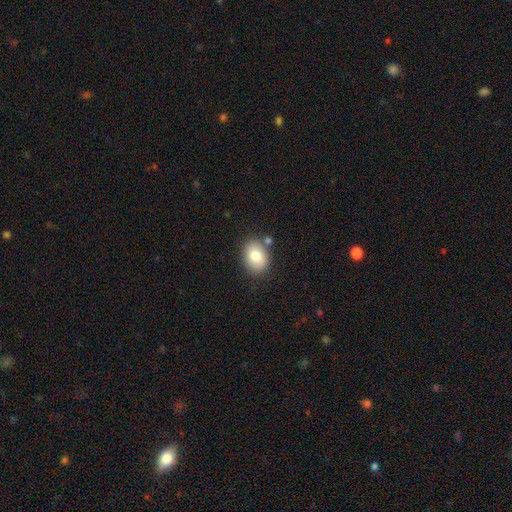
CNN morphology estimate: smooth-or-featured: smooth: 79% | featured or disk: 12% | star or artifact: 8%
  how-rounded: in between: 66% | round: 33% | cigar-shaped: 1%
  merging: none: 76% | minor disturbance: 13% | merger: 8% | major disturbance: 3%